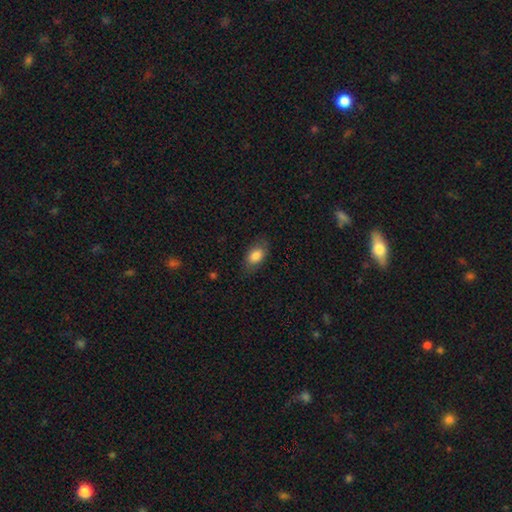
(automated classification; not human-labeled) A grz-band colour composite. It shows a smooth galaxy with no disk features (82%) that is in between round and cigar-shaped (89%). Merging: none (77%).